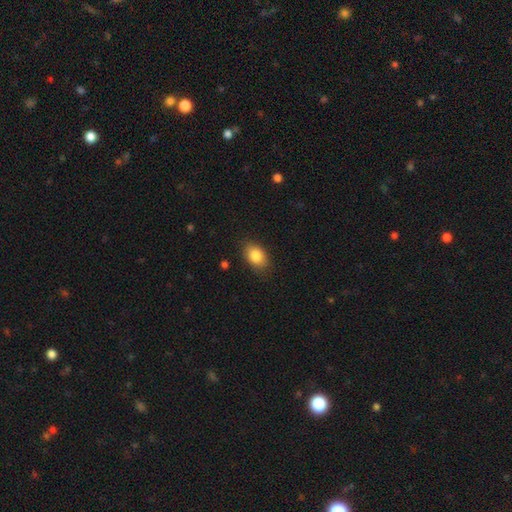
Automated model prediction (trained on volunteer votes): The model was most divided on "how rounded": in between: 83%, round: 16%, cigar-shaped: 1%. More confident: smooth or featured — smooth (85%); merging — none (83%).